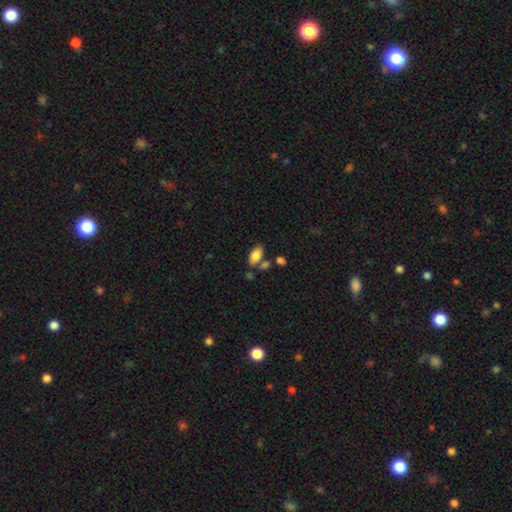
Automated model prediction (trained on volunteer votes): smooth 83%, featured or disk 10%, star or artifact 8%. Down the decision tree: how rounded — in between (93%); merging — none (63%).